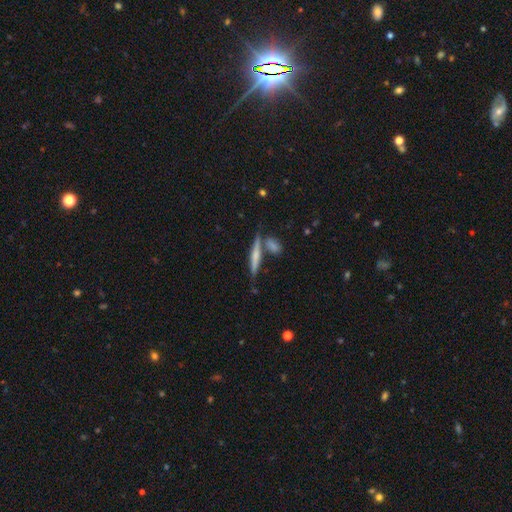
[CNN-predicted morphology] Smooth or featured? smooth (51%)
How rounded? cigar-shaped (88%)
Merging? none (67%)